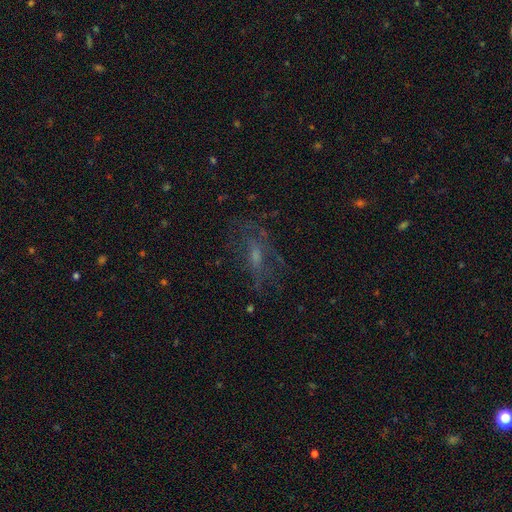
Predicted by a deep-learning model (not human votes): Smooth or featured?
  - featured or disk: 50% *
  - smooth: 28%
  - star or artifact: 21%
Edge-on disk?
  - no: 86% *
  - yes: 14%
Merging?
  - none: 59% *
  - major disturbance: 20%
  - minor disturbance: 19%
  - merger: 2%